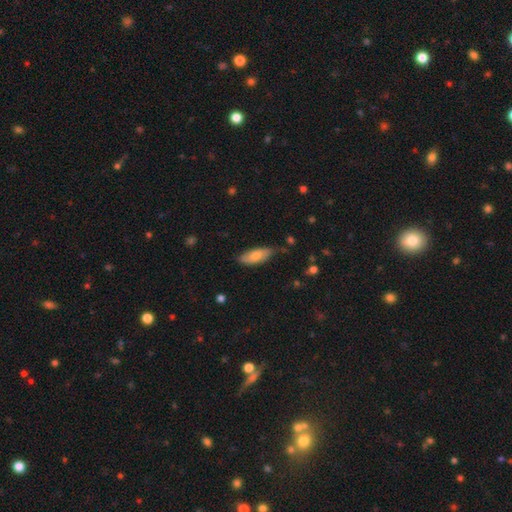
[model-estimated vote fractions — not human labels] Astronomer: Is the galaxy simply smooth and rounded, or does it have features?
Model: smooth — 75%.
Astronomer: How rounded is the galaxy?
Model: in between — 78%.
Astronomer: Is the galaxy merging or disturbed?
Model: none — 65%.